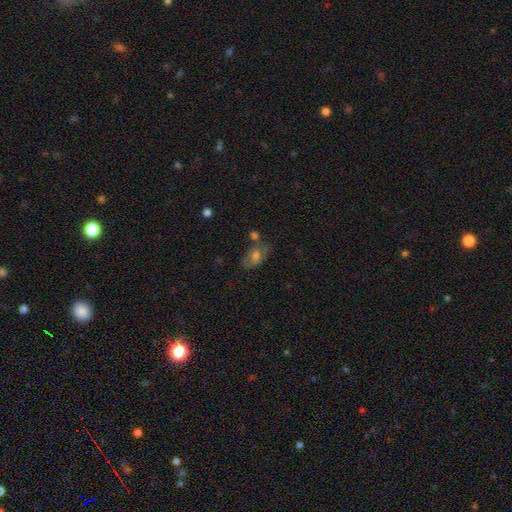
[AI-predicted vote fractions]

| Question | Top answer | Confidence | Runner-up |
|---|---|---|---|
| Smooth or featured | smooth | 52% | featured or disk (35%) |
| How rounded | in between | 84% | round (13%) |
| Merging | none | 52% | minor disturbance (22%) |